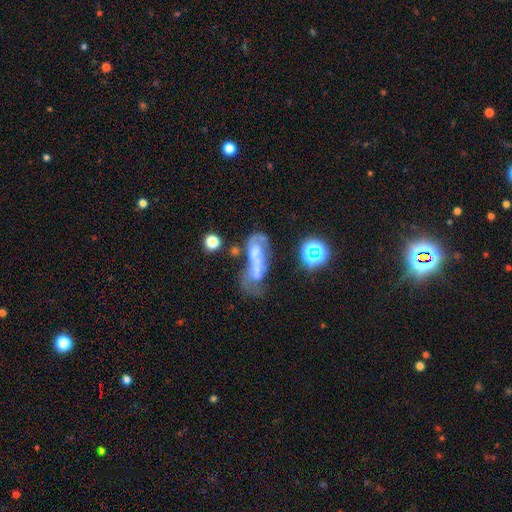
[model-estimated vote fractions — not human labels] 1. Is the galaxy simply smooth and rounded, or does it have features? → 56% featured or disk, 29% smooth, 15% star or artifact.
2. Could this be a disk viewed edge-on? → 90% no, 10% yes.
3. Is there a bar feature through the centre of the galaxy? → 62% no, 22% weak, 16% strong.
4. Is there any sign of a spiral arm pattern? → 54% no, 46% yes.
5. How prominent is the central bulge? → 38% none, 25% small, 25% moderate, 9% large, 3% dominant.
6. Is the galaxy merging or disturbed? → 39% merger, 31% major disturbance, 17% none, 13% minor disturbance.